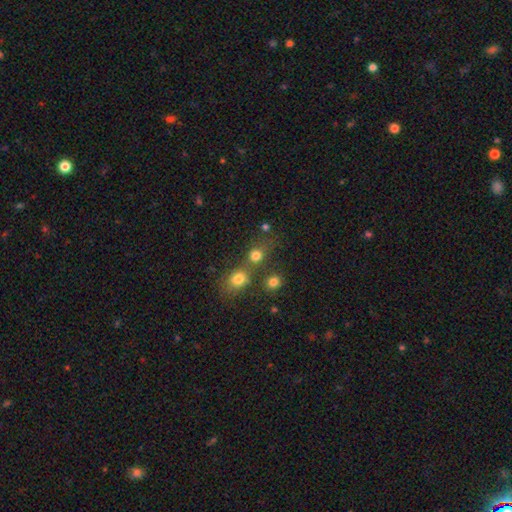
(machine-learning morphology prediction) The model was most divided on "merging": none: 50%, merger: 35%, minor disturbance: 9%, major disturbance: 5%. More confident: smooth or featured — smooth (77%); how rounded — round (76%).